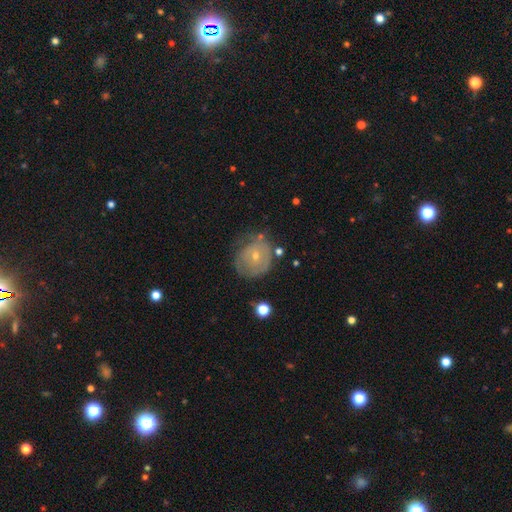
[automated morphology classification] Smooth or featured? featured or disk (54%)
Edge-on disk? no (96%)
Bar? no (80%)
Spiral arms? yes (51%)
Bulge size? small (63%)
Merging? none (54%)